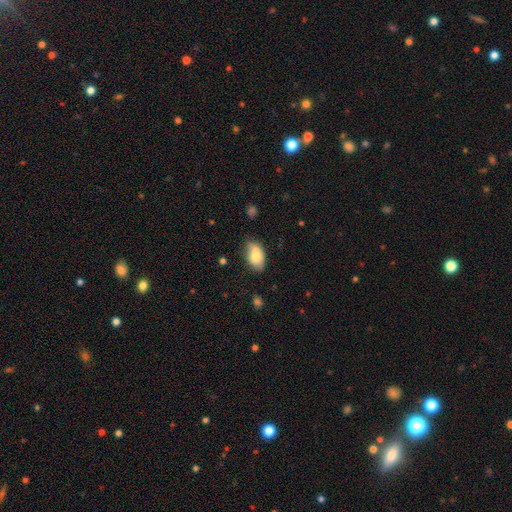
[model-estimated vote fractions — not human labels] Smooth or featured: smooth — 73% (featured or disk — 19%)
How rounded: in between — 91% (round — 7%)
Merging: none — 57% (minor disturbance — 31%)